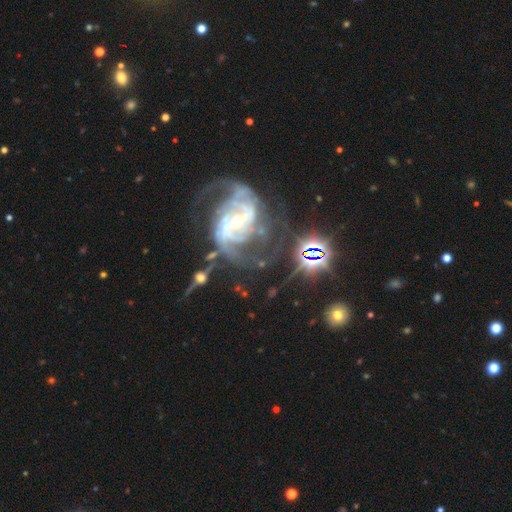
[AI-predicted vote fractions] Smooth or featured? Predicted: featured or disk (p=0.85). Edge-on disk? Predicted: no (p=0.97). Bar? Predicted: weak (p=0.41). Spiral arms? Predicted: yes (p=0.95). Spiral winding? Predicted: medium (p=0.47). Spiral arm count? Predicted: 2 (p=0.57). Bulge size? Predicted: small (p=0.66). Merging? Predicted: none (p=0.49).